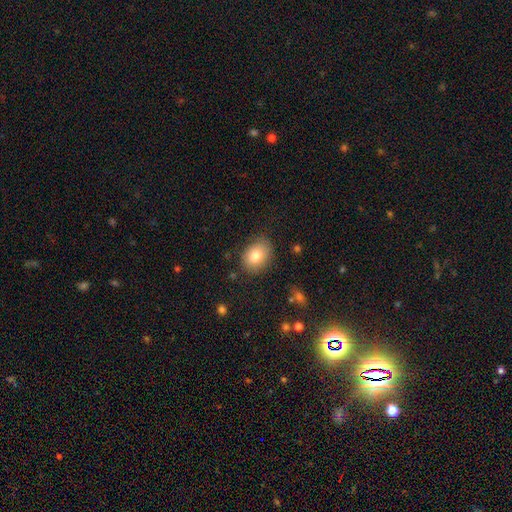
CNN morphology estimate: Smooth or featured: smooth — 81% (featured or disk — 11%)
How rounded: in between — 70% (round — 29%)
Merging: none — 80% (minor disturbance — 15%)